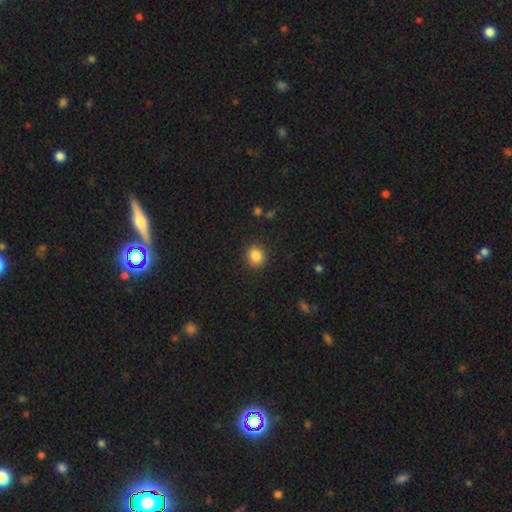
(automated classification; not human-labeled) This appears to be a smooth galaxy with no disk features (86%) that is round (80%). Merging: none (89%).